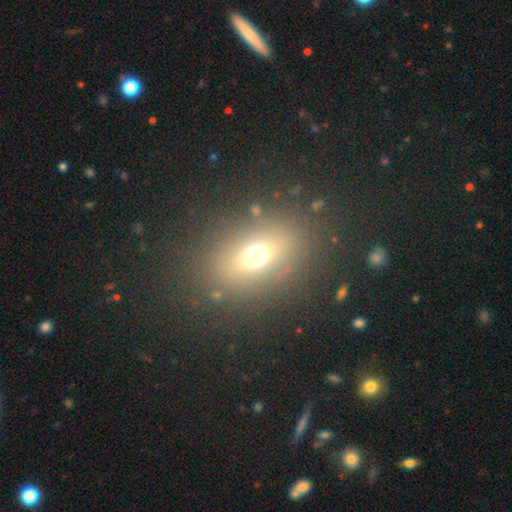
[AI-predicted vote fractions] This is likely a smooth galaxy (63%). How rounded: likely in between (68%). Merging: clearly none (82%).